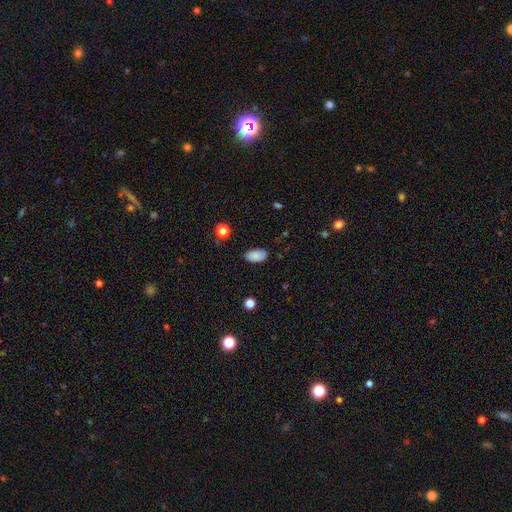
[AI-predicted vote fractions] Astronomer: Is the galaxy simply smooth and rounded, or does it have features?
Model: smooth — 86%.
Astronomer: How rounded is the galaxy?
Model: in between — 93%.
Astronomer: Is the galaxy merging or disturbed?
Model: none — 82%.